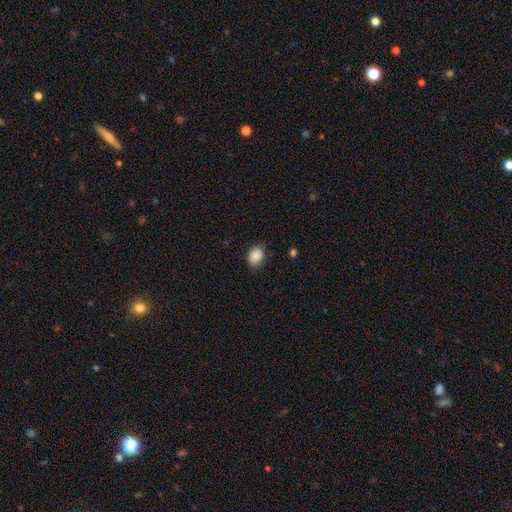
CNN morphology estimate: Smooth or featured? smooth (88%)
How rounded? in between (65%)
Merging? none (82%)